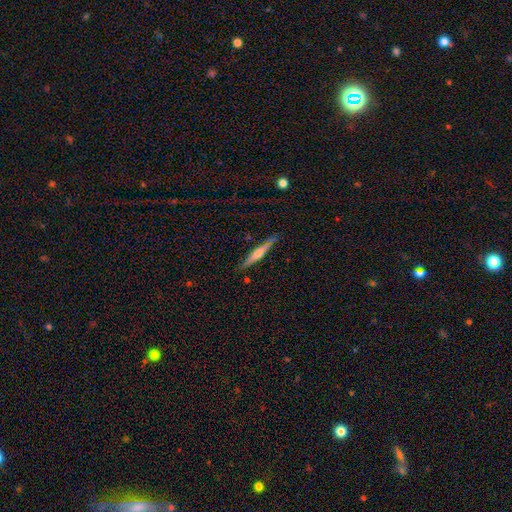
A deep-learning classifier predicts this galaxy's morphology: Smooth or featured: featured or disk — 65% (smooth — 29%)
Edge-on disk: yes — 97% (no — 3%)
Edge-on bulge: rounded — 70% (none — 17%)
Merging: none — 88% (minor disturbance — 9%)